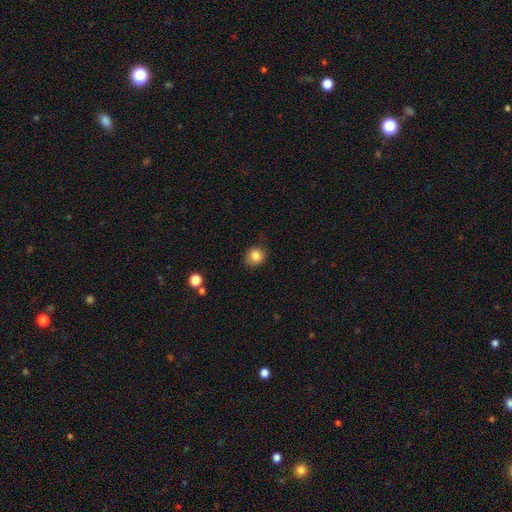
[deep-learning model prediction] Smooth or featured: smooth — 83% (star or artifact — 10%)
How rounded: round — 76% (in between — 24%)
Merging: none — 79% (minor disturbance — 17%)